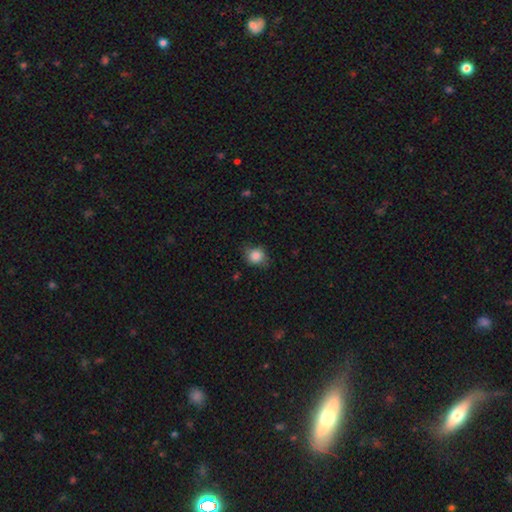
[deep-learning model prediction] This is clearly a smooth galaxy (84%). How rounded: likely round (69%). Merging: likely none (71%).